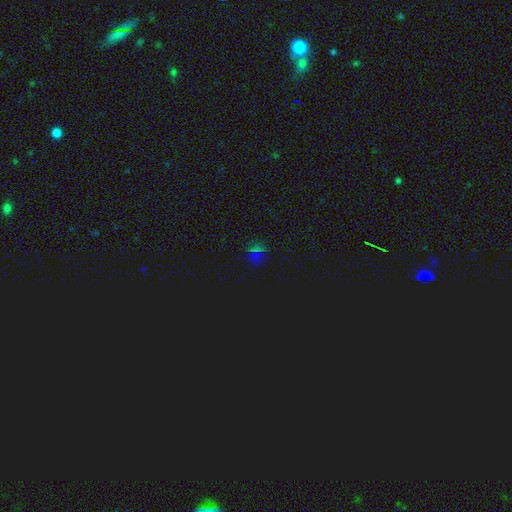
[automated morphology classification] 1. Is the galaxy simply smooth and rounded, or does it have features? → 62% star or artifact, 31% smooth, 7% featured or disk.